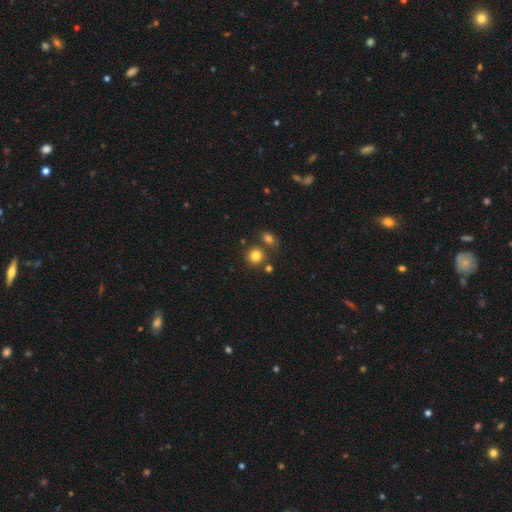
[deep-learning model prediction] Smooth or featured?
  - smooth: 81% *
  - star or artifact: 12%
  - featured or disk: 6%
How rounded?
  - round: 88% *
  - in between: 11%
  - cigar-shaped: 1%
Merging?
  - none: 72% *
  - merger: 16%
  - minor disturbance: 9%
  - major disturbance: 3%